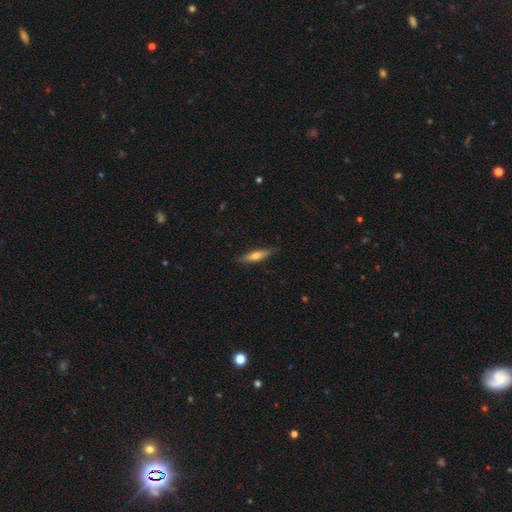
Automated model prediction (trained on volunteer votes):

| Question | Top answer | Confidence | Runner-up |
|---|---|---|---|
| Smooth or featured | smooth | 63% | featured or disk (32%) |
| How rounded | cigar-shaped | 73% | in between (26%) |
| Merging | none | 86% | minor disturbance (11%) |